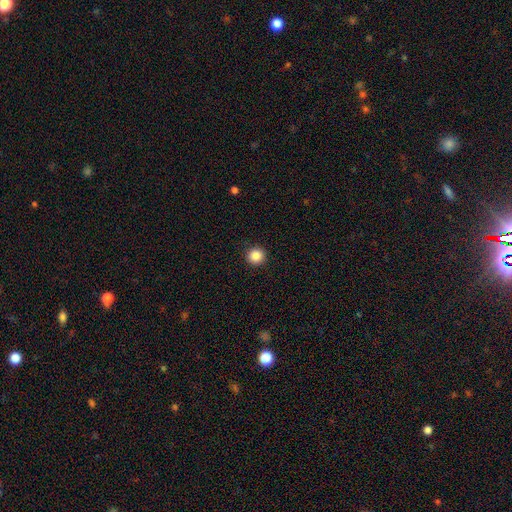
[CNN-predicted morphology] smooth-or-featured: smooth: 87% | star or artifact: 10% | featured or disk: 3%
  how-rounded: round: 95% | in between: 4% | cigar-shaped: 1%
  merging: none: 93% | minor disturbance: 4% | major disturbance: 2% | merger: 1%